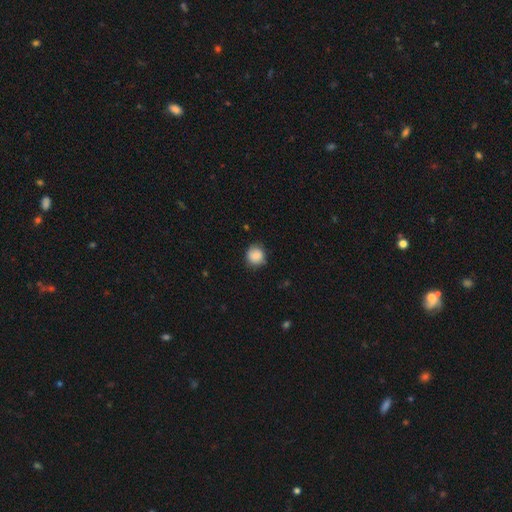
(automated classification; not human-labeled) smooth 86%, star or artifact 8%, featured or disk 6%. Down the decision tree: how rounded — round (89%); merging — none (79%).